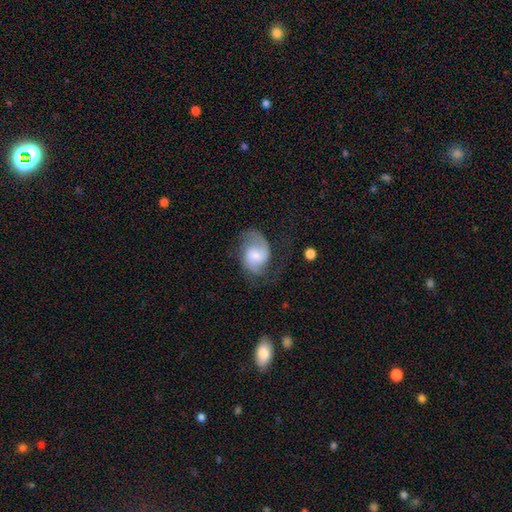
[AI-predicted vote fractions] Q: Smooth or featured?
A: featured or disk (58%); runner-up: smooth (34%)
Q: Edge-on disk?
A: no (97%); runner-up: yes (3%)
Q: Bar?
A: no (57%); runner-up: weak (36%)
Q: Spiral arms?
A: yes (89%); runner-up: no (11%)
Q: Spiral winding?
A: medium (42%); tied with: loose (42%)
Q: Spiral arm count?
A: 2 (69%); runner-up: 1 (18%)
Q: Bulge size?
A: small (43%); tied with: moderate (43%)
Q: Merging?
A: none (49%); runner-up: major disturbance (26%)